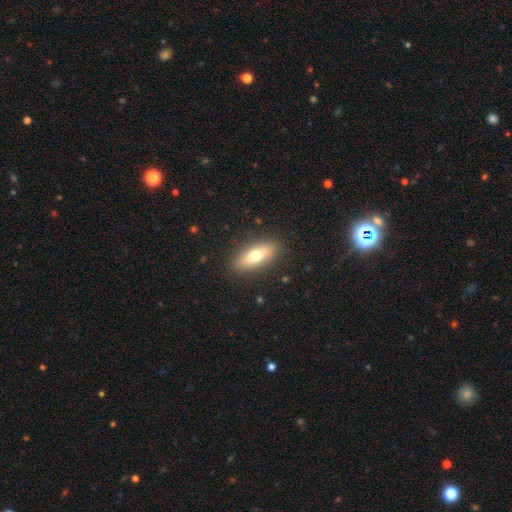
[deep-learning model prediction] smooth 67%, featured or disk 27%, star or artifact 7%. Down the decision tree: how rounded — in between (74%); merging — none (87%).